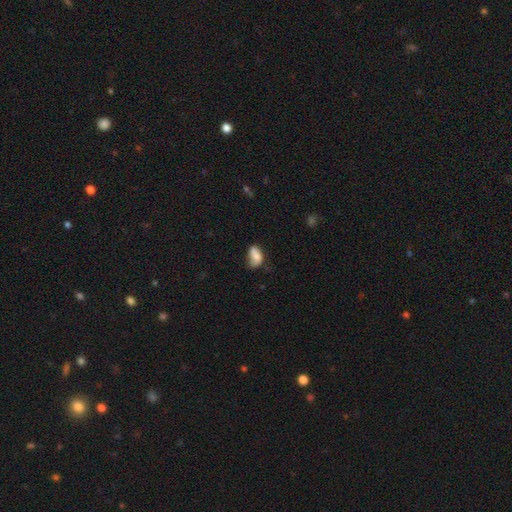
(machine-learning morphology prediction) Smooth or featured? smooth (75%)
How rounded? in between (91%)
Merging? minor disturbance (40%)